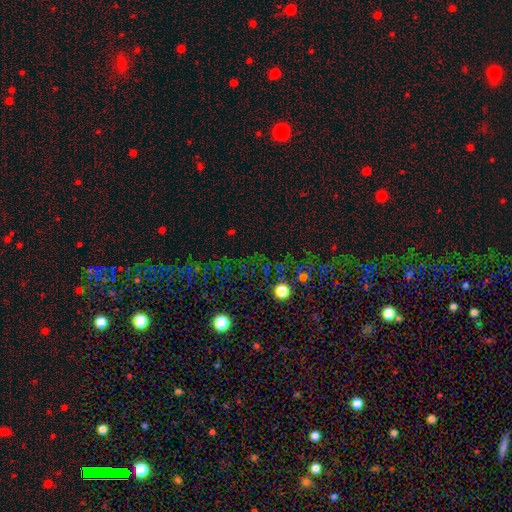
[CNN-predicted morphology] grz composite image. It shows a star or artifact, not a galaxy (71%).